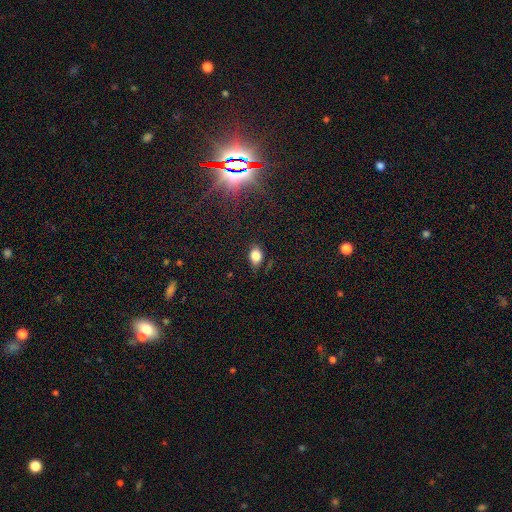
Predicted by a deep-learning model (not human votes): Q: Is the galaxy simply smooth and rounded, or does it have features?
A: smooth — 81%.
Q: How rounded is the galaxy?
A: in between — 77%.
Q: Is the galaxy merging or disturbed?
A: none — 78%.